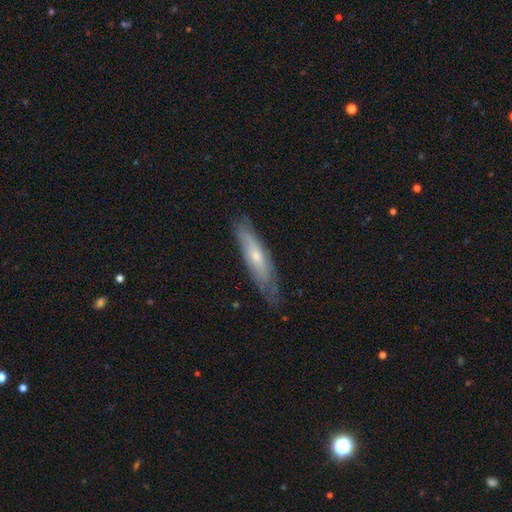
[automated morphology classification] This appears to be a featured or disk galaxy (49%). Merging: none (71%).